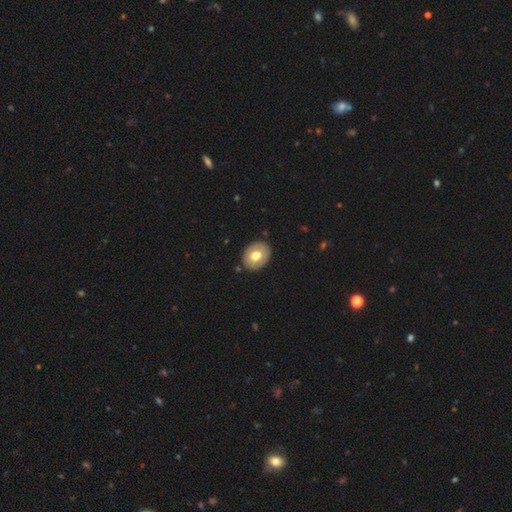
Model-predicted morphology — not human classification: A smooth galaxy with no disk features (68%) that is in between round and cigar-shaped (56%).

Vote fractions:
- Smooth or featured? smooth: 68% / featured or disk: 26% / star or artifact: 7%
- How rounded? in between: 56% / round: 43% / cigar-shaped: 1%
- Merging? none: 88% / minor disturbance: 9% / major disturbance: 2% / merger: 2%